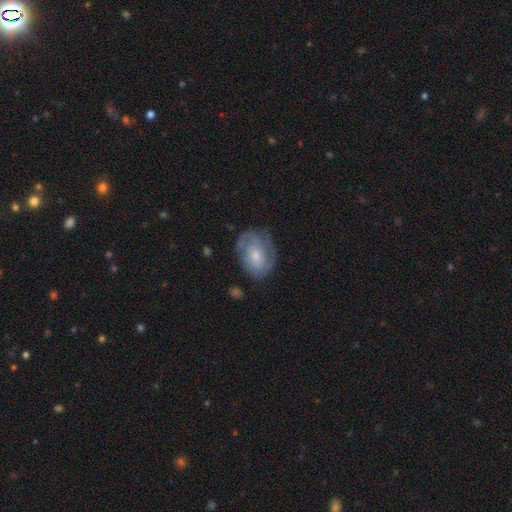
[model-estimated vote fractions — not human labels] Overall: featured or disk (57%; smooth 36%). Edge-on disk: no (97%). Bar: no (69%). Spiral arms: yes (76%). Bulge size: small (44%, tied with moderate). Merging: none (62%; minor disturbance 25%).